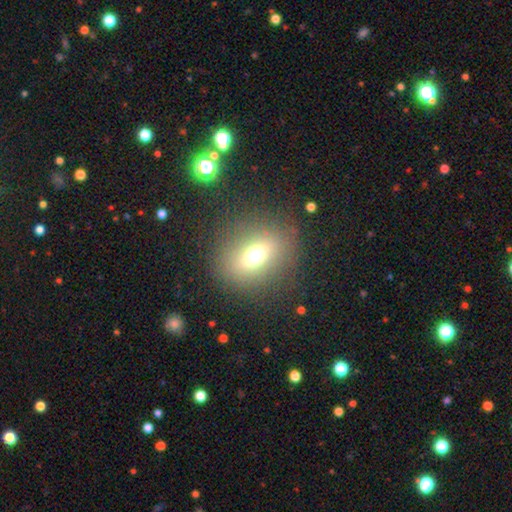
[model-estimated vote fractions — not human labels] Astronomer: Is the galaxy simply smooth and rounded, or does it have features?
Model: smooth — 63%.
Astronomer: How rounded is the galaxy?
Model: round — 50% (runner-up: in between, 47%).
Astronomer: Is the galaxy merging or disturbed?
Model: none — 82%.